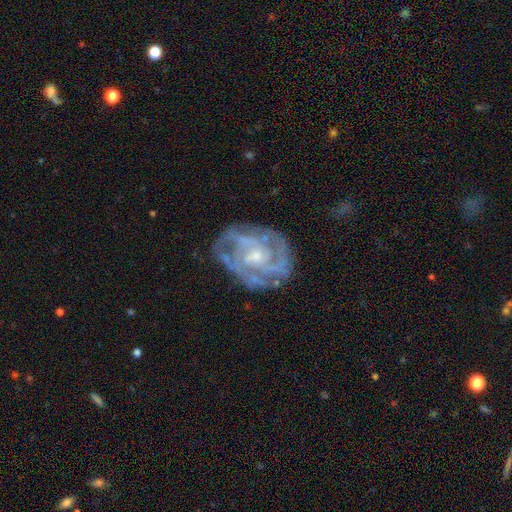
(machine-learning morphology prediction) Smooth or featured? featured or disk (88%)
Edge-on disk? no (97%)
Bar? no (66%)
Spiral arms? yes (95%)
Spiral winding? tight (59%)
Spiral arm count? 3 (30%)
Bulge size? small (62%)
Merging? none (73%)